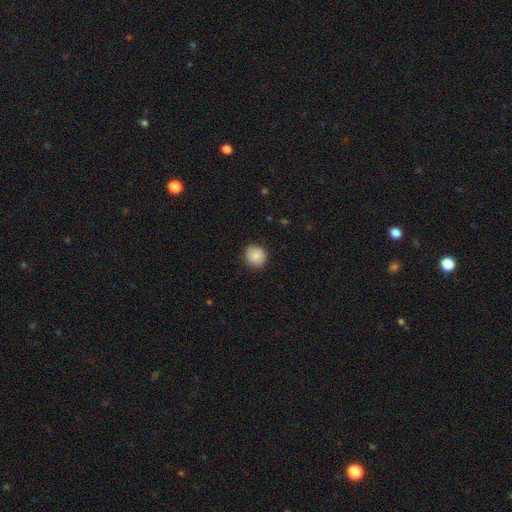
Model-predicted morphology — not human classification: This appears to be a smooth galaxy with no disk features (85%) that is round (84%). Merging: none (85%).